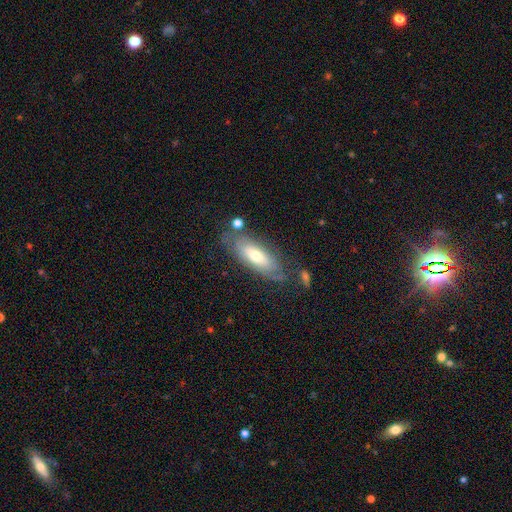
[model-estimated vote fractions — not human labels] Smooth or featured? featured or disk (51%)
Edge-on disk? no (76%)
Merging? none (68%)